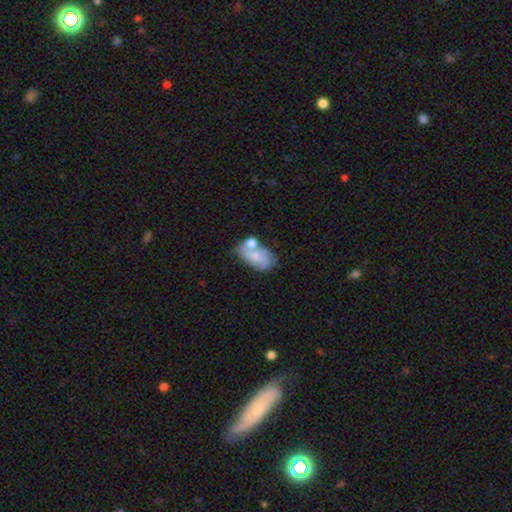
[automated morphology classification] Smooth or featured?
  - smooth: 56% *
  - featured or disk: 36%
  - star or artifact: 8%
How rounded?
  - in between: 89% *
  - round: 9%
  - cigar-shaped: 2%
Merging?
  - merger: 36% *
  - none: 33%
  - minor disturbance: 20%
  - major disturbance: 11%